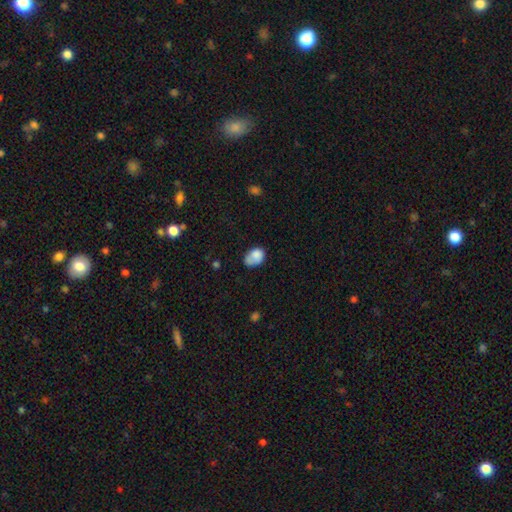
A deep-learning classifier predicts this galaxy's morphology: Q: Smooth or featured?
A: smooth (79%); runner-up: featured or disk (13%)
Q: How rounded?
A: in between (74%); runner-up: round (25%)
Q: Merging?
A: none (41%); runner-up: minor disturbance (30%)